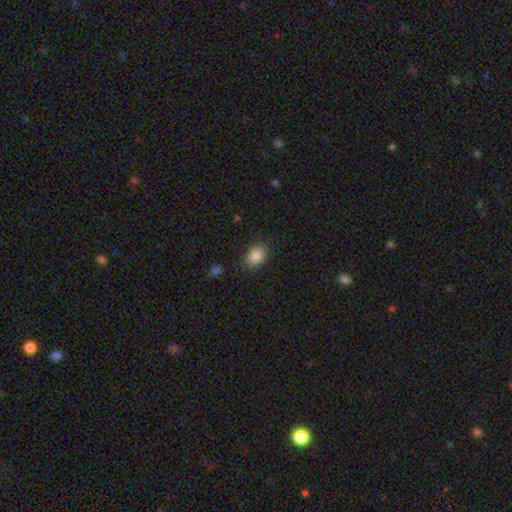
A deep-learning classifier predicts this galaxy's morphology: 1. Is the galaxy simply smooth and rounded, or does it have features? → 87% smooth, 9% star or artifact, 5% featured or disk.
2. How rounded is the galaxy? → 72% in between, 27% round, 1% cigar-shaped.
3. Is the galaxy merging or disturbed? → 84% none, 11% minor disturbance, 3% major disturbance, 1% merger.